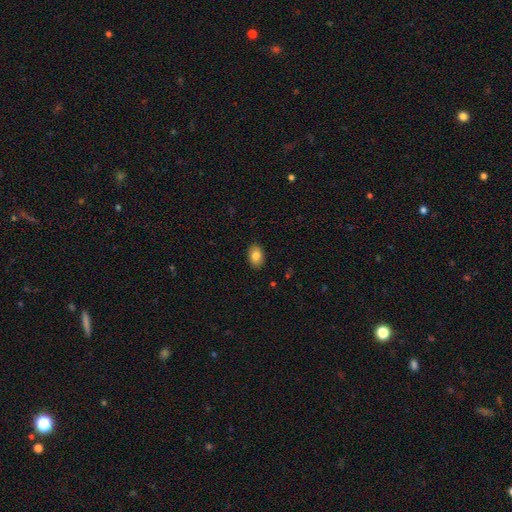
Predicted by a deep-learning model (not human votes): This is clearly a smooth galaxy (85%). How rounded: clearly in between (85%). Merging: clearly none (89%).